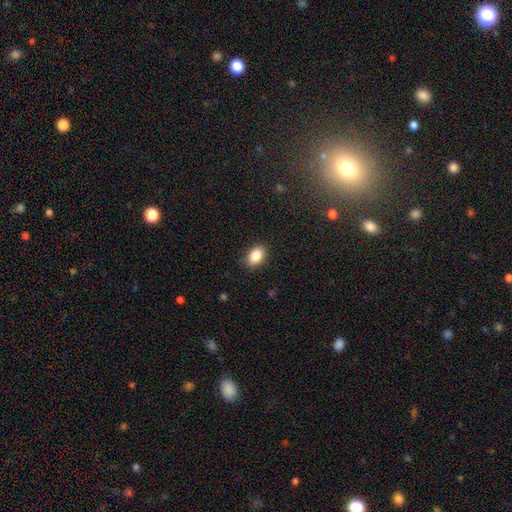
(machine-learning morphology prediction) This is clearly a smooth galaxy (87%). How rounded: clearly in between (84%). Merging: clearly none (87%).